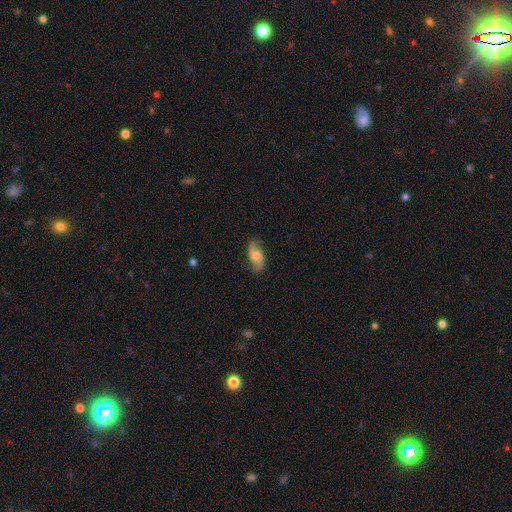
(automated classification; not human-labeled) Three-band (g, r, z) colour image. It shows a featured or disk galaxy (64%) with no bar (64%), 2 (90%) loose (49%) spiral arms (92%) and a moderate central bulge (57%). Merging: none (81%).